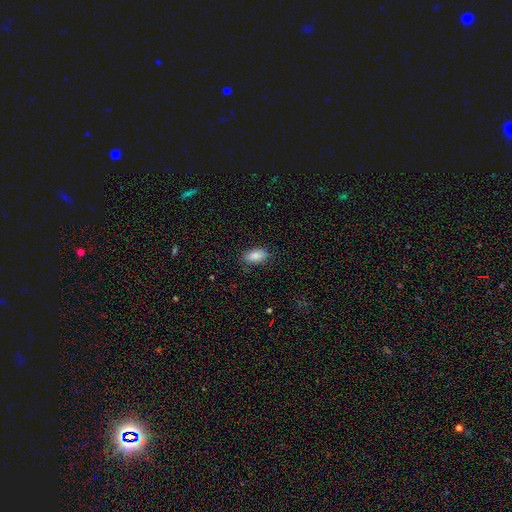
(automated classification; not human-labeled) A smooth galaxy with no disk features (87%) that is in between round and cigar-shaped (92%). Merging: none (84%).